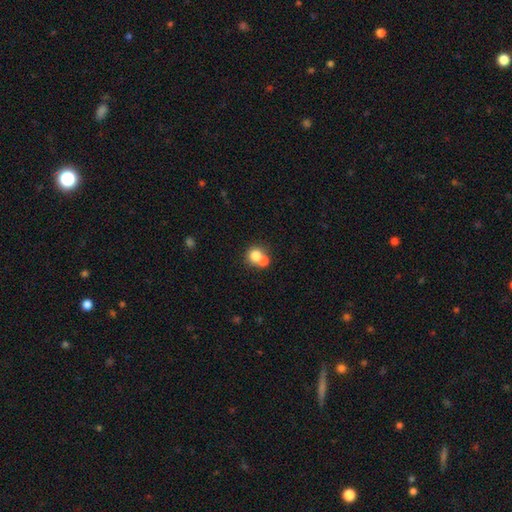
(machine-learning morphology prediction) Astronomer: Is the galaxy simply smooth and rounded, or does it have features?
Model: smooth — 75%.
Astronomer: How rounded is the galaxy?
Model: round — 84%.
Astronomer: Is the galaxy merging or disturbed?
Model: merger — 52% (runner-up: none, 39%).